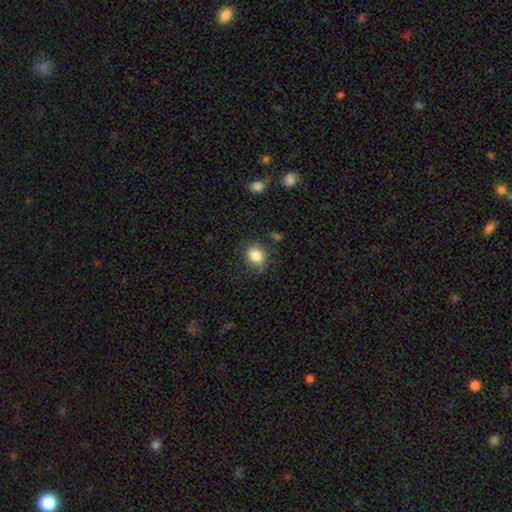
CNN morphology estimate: type=smooth (85%); roundness=round (58%); merging=none (76%).